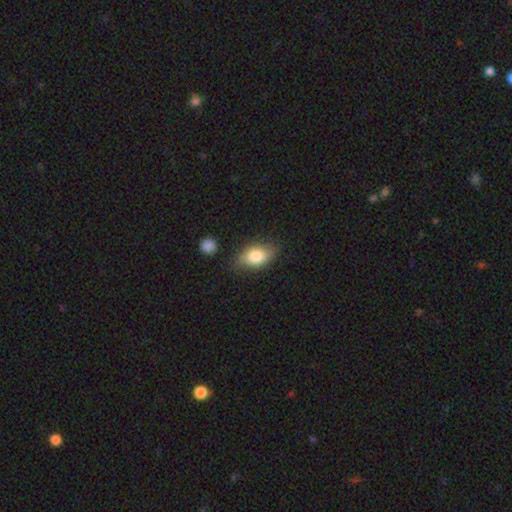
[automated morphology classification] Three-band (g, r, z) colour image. It shows a smooth galaxy with no disk features (79%) that is in between round and cigar-shaped (88%). Merging: none (75%).